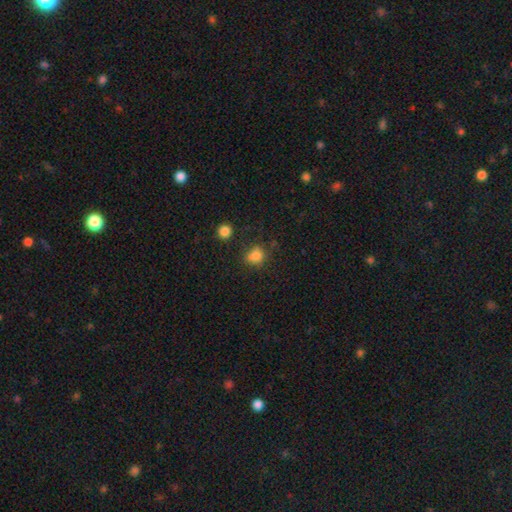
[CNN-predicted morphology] smooth-or-featured: smooth: 81% | star or artifact: 13% | featured or disk: 6%
  how-rounded: round: 71% | in between: 28% | cigar-shaped: 1%
  merging: none: 69% | minor disturbance: 18% | major disturbance: 7% | merger: 6%